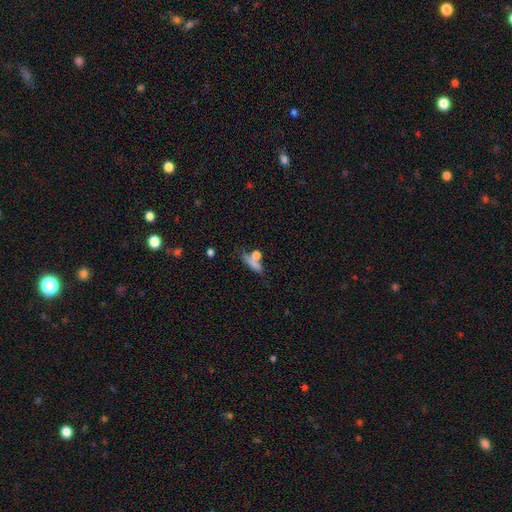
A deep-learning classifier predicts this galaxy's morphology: Q: Smooth or featured?
A: smooth (70%); runner-up: featured or disk (18%)
Q: How rounded?
A: cigar-shaped (41%); runner-up: in between (34%)
Q: Merging?
A: none (49%); runner-up: merger (26%)